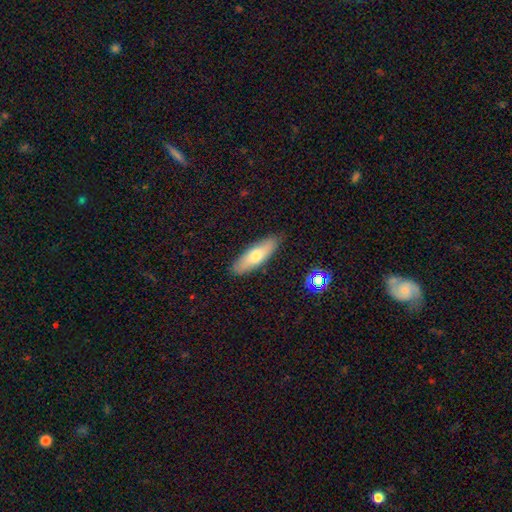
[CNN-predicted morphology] type=smooth (68%); roundness=in between (49%, tied with cigar-shaped); merging=none (87%).